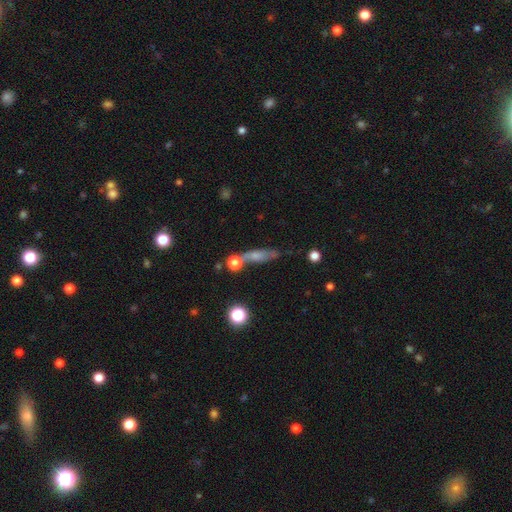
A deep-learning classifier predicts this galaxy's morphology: The model was most divided on "how rounded": cigar-shaped: 59%, in between: 29%, round: 11%. More confident: smooth or featured — smooth (60%); merging — none (53%).